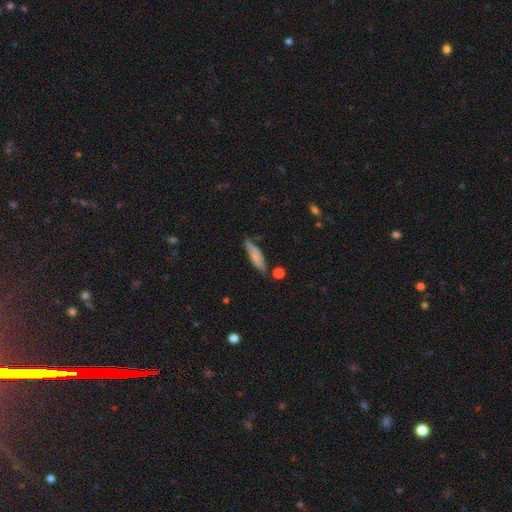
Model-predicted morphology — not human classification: The model was most divided on "how rounded": cigar-shaped: 69%, in between: 29%, round: 2%. More confident: smooth or featured — smooth (70%); merging — none (66%).